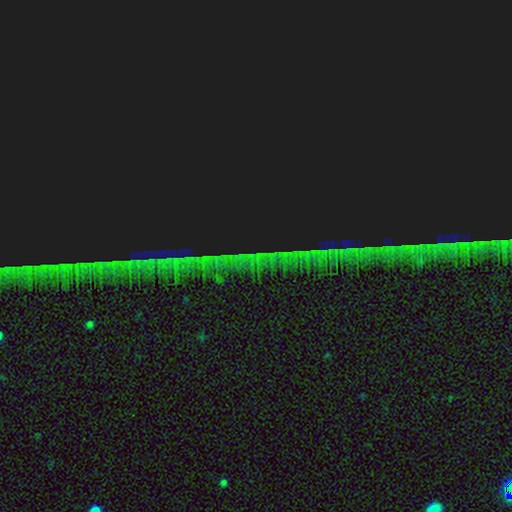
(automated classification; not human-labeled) A star or artifact, not a galaxy (85%).